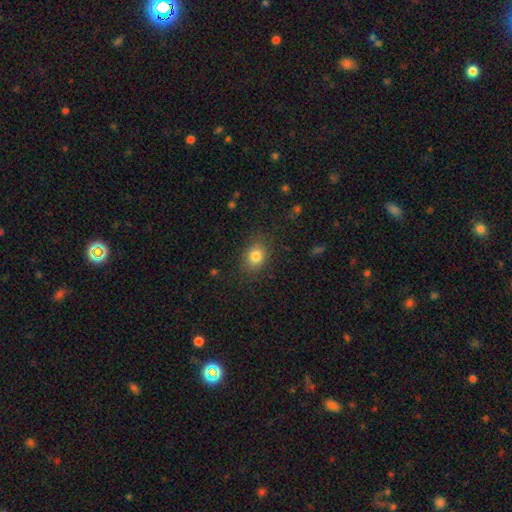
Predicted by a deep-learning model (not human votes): Smooth or featured?
  - smooth: 81% *
  - star or artifact: 11%
  - featured or disk: 8%
How rounded?
  - in between: 59% *
  - round: 39%
  - cigar-shaped: 1%
Merging?
  - none: 83% *
  - minor disturbance: 12%
  - major disturbance: 4%
  - merger: 1%